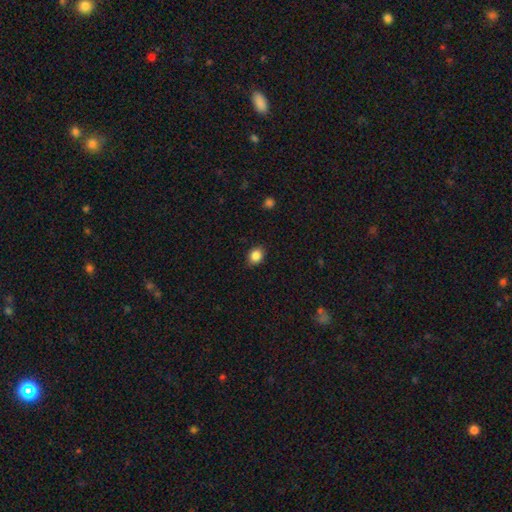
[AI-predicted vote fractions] Overall: smooth (86%). How rounded: in between (50%; round 49%). Merging: none (87%).